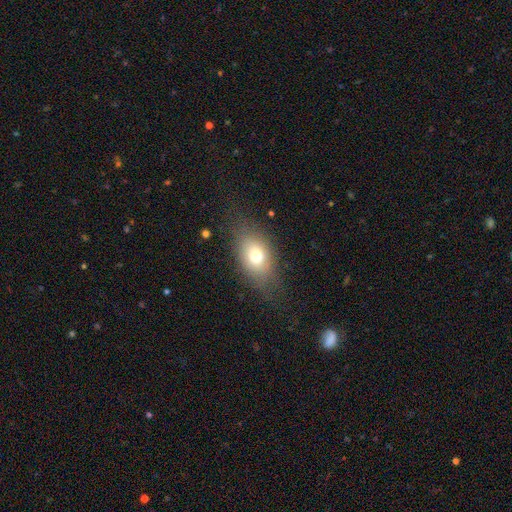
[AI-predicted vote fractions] smooth 71%, featured or disk 18%, star or artifact 10%. Down the decision tree: how rounded — in between (79%); merging — none (70%).